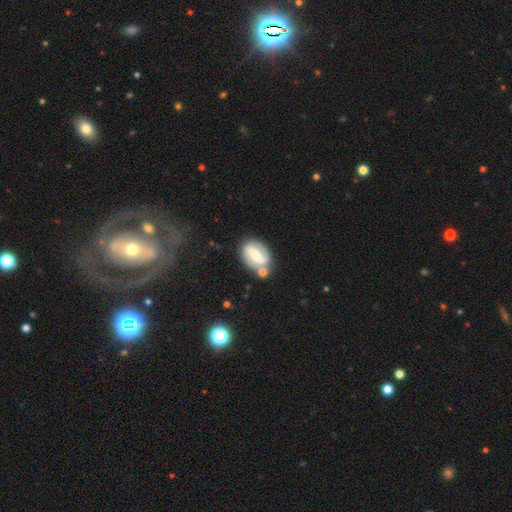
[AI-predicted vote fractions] A featured or disk galaxy (74%) with a weak bar (41%), 2 (88%) medium (41%) spiral arms (89%) and a moderate central bulge (48%). Merging: none (70%).